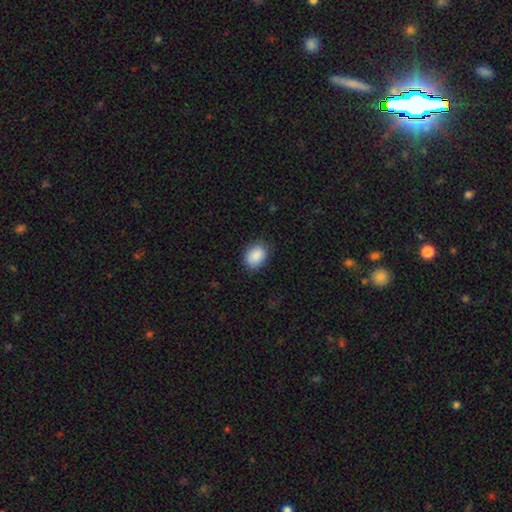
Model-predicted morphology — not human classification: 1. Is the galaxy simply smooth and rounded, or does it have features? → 89% smooth, 7% star or artifact, 4% featured or disk.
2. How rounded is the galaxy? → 71% in between, 28% round, 1% cigar-shaped.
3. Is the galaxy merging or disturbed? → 84% none, 12% minor disturbance, 3% major disturbance, 1% merger.